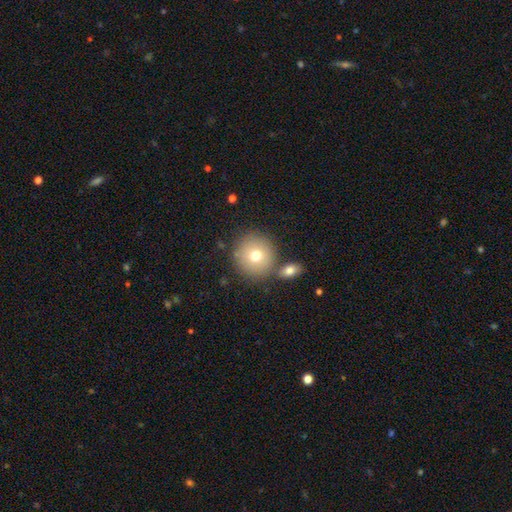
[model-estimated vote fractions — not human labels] Overall: smooth (73%). How rounded: round (92%). Merging: none (75%).